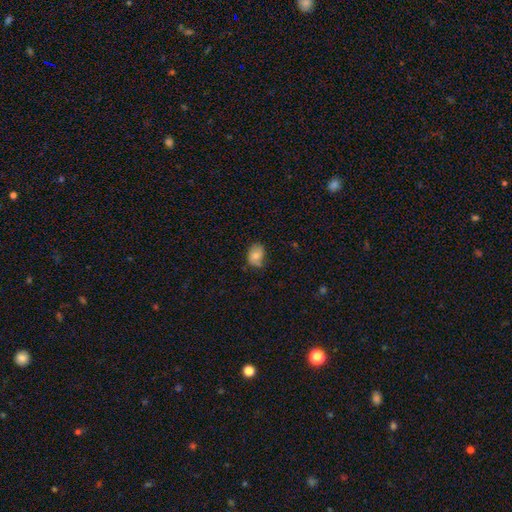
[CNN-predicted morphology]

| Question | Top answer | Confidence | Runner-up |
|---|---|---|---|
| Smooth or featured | smooth | 78% | featured or disk (13%) |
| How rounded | in between | 65% | round (34%) |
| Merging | none | 63% | minor disturbance (29%) |